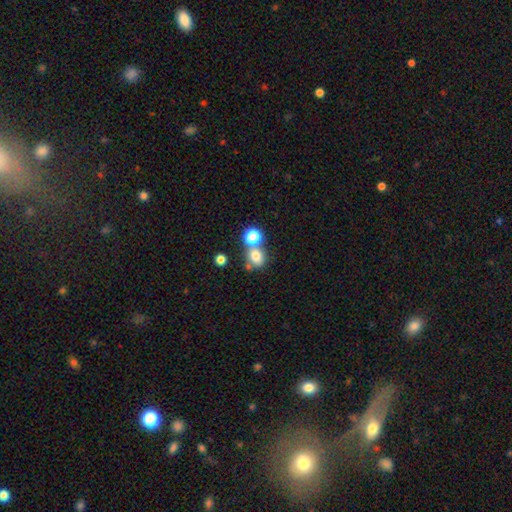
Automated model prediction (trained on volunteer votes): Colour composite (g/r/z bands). It shows a smooth galaxy with no disk features (75%) that is round (65%). Merging: none (54%).